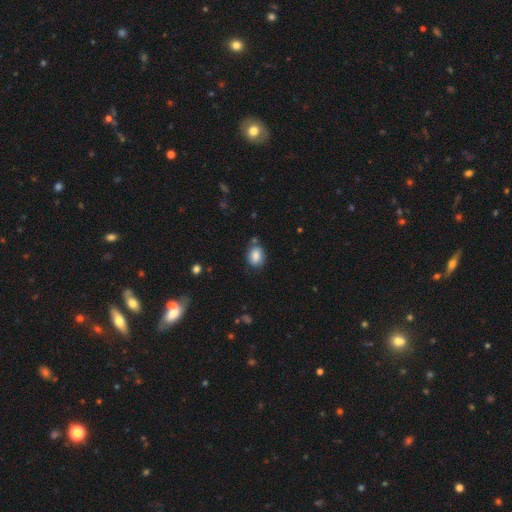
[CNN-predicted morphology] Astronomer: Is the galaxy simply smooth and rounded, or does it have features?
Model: smooth — 85%.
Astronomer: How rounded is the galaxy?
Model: in between — 59% (runner-up: round, 40%).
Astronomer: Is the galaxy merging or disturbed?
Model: none — 73%.